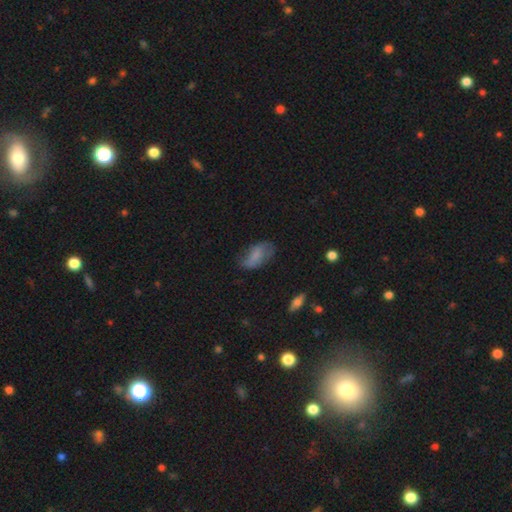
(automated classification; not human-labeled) This is likely a smooth galaxy (64%). How rounded: clearly in between (91%). Merging: possibly none (56%).